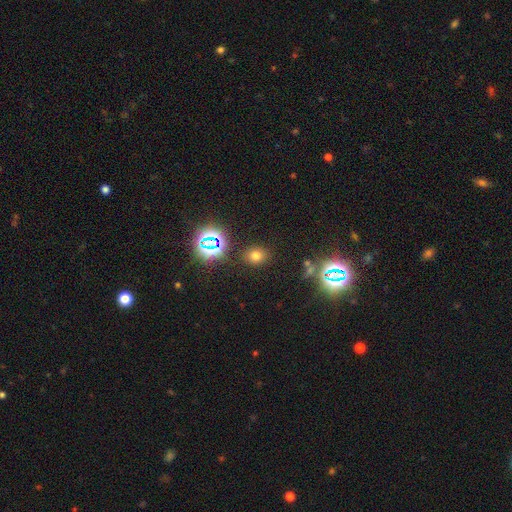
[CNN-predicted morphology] This is likely a smooth galaxy (67%). How rounded: likely round (62%). Merging: clearly none (86%).